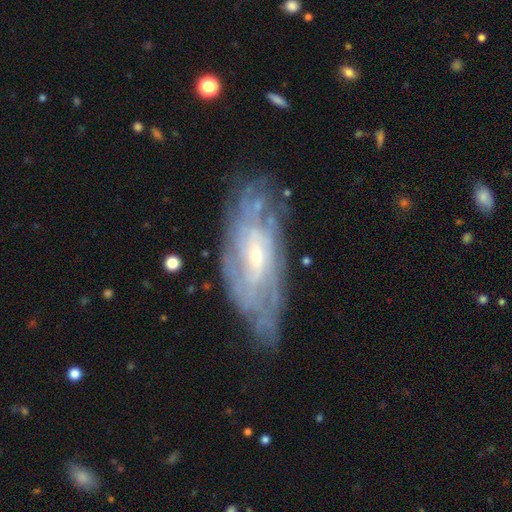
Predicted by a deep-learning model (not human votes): Smooth or featured: featured or disk — 79% (smooth — 15%)
Edge-on disk: no — 86% (yes — 14%)
Bar: no — 52% (weak — 38%)
Spiral arms: yes — 86% (no — 14%)
Spiral winding: tight — 67% (medium — 25%)
Spiral arm count: can't tell — 61% (2 — 11%)
Bulge size: small — 69% (moderate — 26%)
Merging: none — 71% (minor disturbance — 21%)